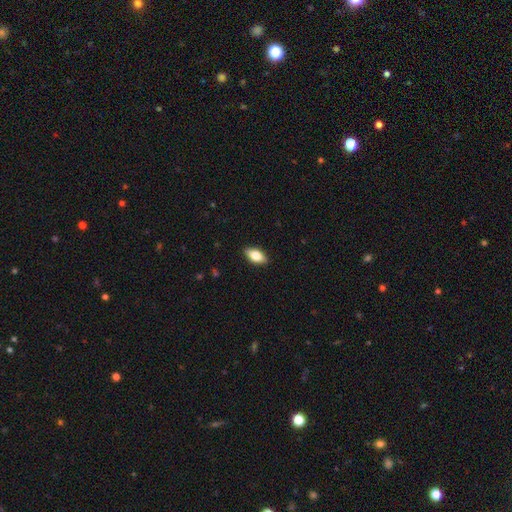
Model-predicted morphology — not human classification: Smooth or featured? Predicted: smooth (p=0.79). How rounded? Predicted: in between (p=0.89). Merging? Predicted: none (p=0.89).